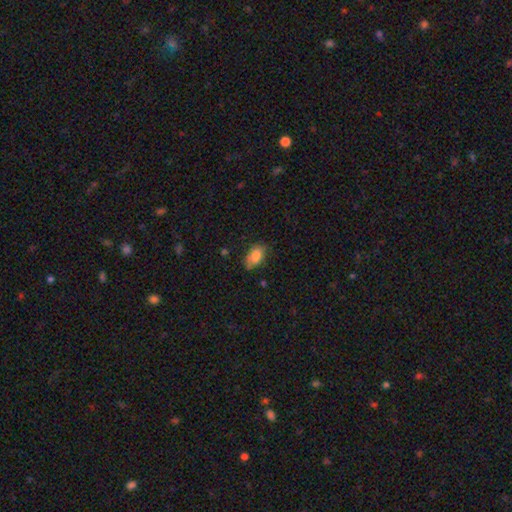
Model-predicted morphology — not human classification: Smooth or featured?
  - smooth: 81% *
  - featured or disk: 11%
  - star or artifact: 8%
How rounded?
  - in between: 89% *
  - round: 9%
  - cigar-shaped: 2%
Merging?
  - none: 60% *
  - minor disturbance: 31%
  - major disturbance: 8%
  - merger: 2%